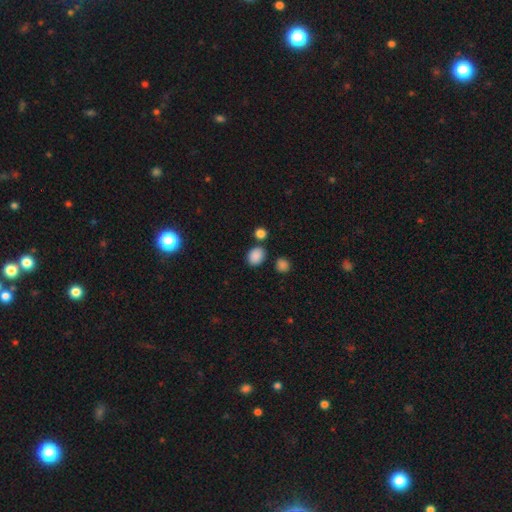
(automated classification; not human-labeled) smooth_or_featured: smooth (p=0.85) [alt: star or artifact p=0.11]
how_rounded: in between (p=0.52) [alt: round p=0.47]
merging: none (p=0.76) [alt: minor disturbance p=0.11]